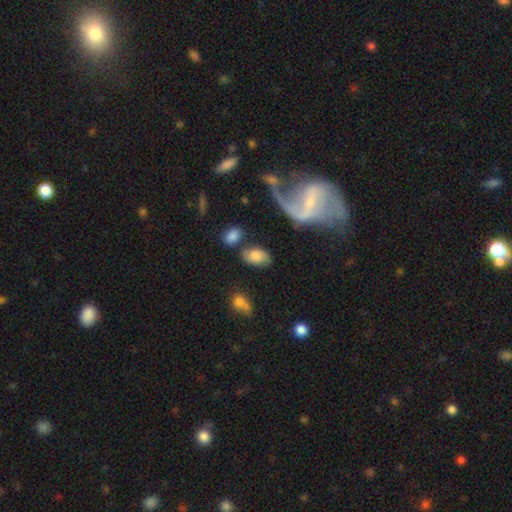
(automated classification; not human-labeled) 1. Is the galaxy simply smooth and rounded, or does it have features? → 60% smooth, 31% featured or disk, 9% star or artifact.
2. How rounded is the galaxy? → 90% in between, 8% round, 2% cigar-shaped.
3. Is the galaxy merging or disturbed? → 61% none, 20% minor disturbance, 10% merger, 9% major disturbance.